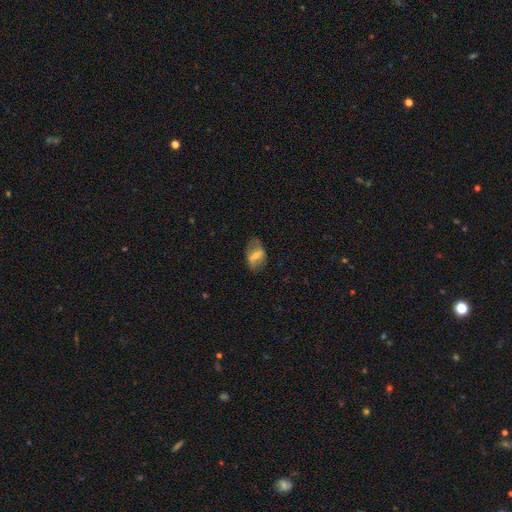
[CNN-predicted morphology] featured or disk 47%, smooth 45%, star or artifact 8%. Down the decision tree: merging — none (71%).